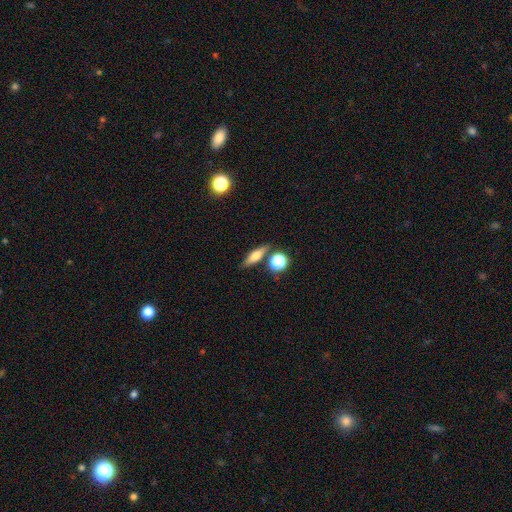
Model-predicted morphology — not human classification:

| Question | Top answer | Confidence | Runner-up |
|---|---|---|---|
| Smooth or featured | smooth | 53% | featured or disk (37%) |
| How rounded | cigar-shaped | 52% | in between (38%) |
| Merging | none | 77% | minor disturbance (10%) |